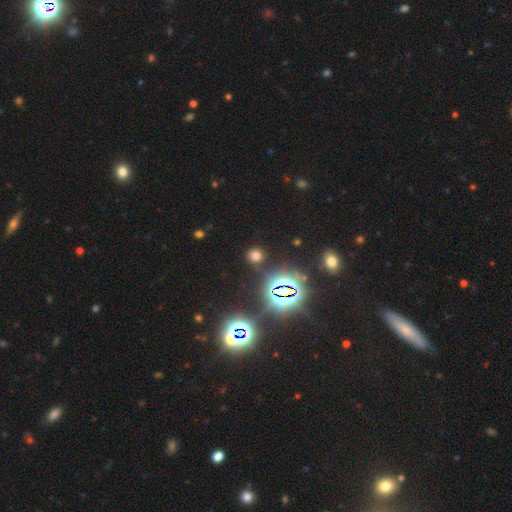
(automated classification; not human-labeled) Smooth or featured?
  - smooth: 56% *
  - star or artifact: 37%
  - featured or disk: 7%
How rounded?
  - round: 87% *
  - in between: 12%
  - cigar-shaped: 1%
Merging?
  - none: 84% *
  - minor disturbance: 9%
  - merger: 4%
  - major disturbance: 4%